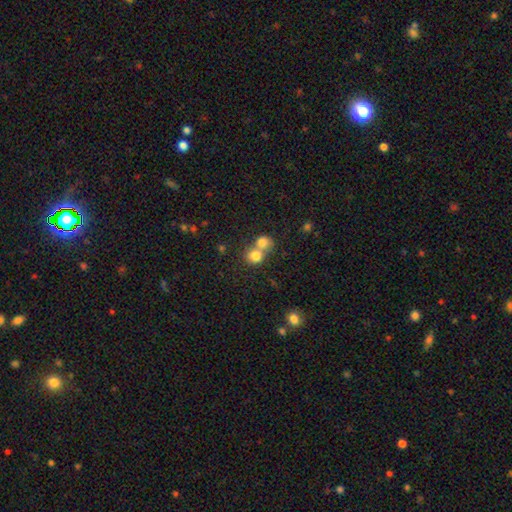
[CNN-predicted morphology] smooth_or_featured: smooth (p=0.79) [alt: star or artifact p=0.11]
how_rounded: round (p=0.79) [alt: in between p=0.20]
merging: merger (p=0.61) [alt: none p=0.31]